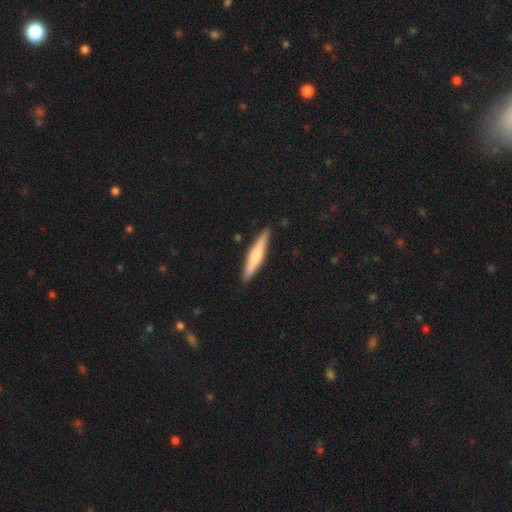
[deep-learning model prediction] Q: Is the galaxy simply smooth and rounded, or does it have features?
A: smooth — 53%.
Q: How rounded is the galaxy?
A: cigar-shaped — 90%.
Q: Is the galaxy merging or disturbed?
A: none — 90%.